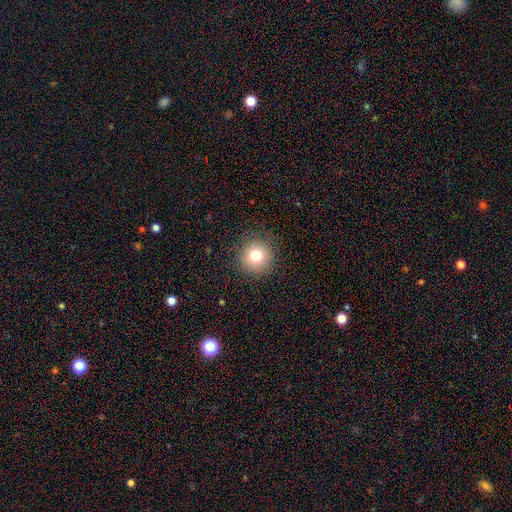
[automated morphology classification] A smooth galaxy with no disk features (78%) that is round (94%). Merging: none (90%).